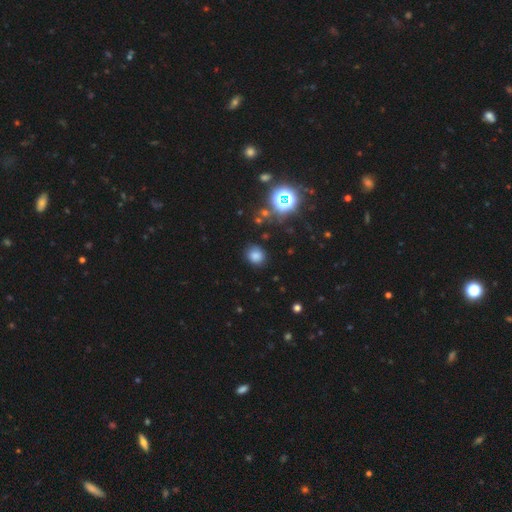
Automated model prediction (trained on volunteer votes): This is likely a smooth galaxy (76%). How rounded: clearly round (82%). Merging: clearly none (84%).